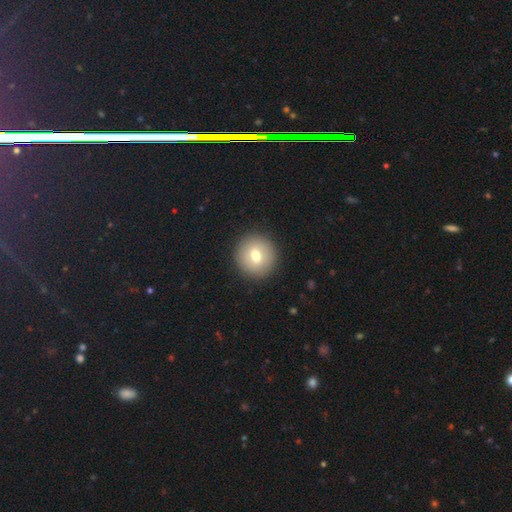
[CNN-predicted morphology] smooth 70%, featured or disk 21%, star or artifact 9%. Down the decision tree: how rounded — round (93%); merging — none (91%).